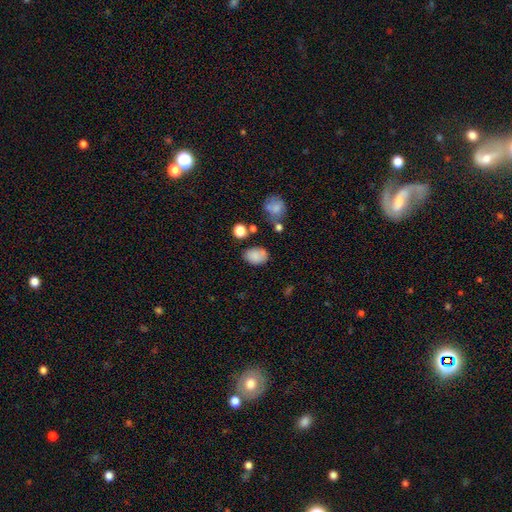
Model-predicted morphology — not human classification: Smooth or featured: smooth — 81% (star or artifact — 10%)
How rounded: in between — 77% (round — 22%)
Merging: none — 66% (minor disturbance — 21%)